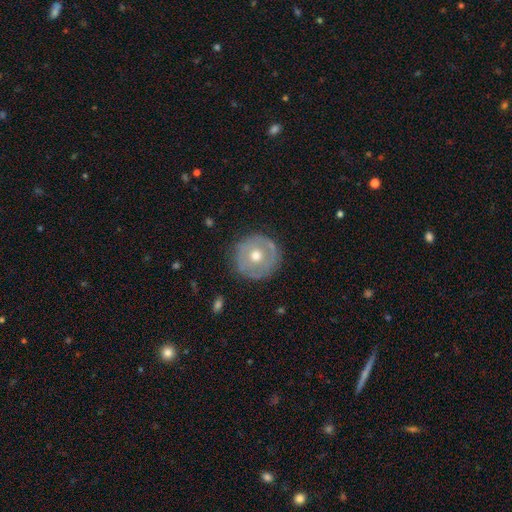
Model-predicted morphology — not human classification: Smooth or featured?
  - featured or disk: 52% *
  - smooth: 41%
  - star or artifact: 7%
Edge-on disk?
  - no: 95% *
  - yes: 5%
Merging?
  - none: 83% *
  - minor disturbance: 12%
  - major disturbance: 4%
  - merger: 1%